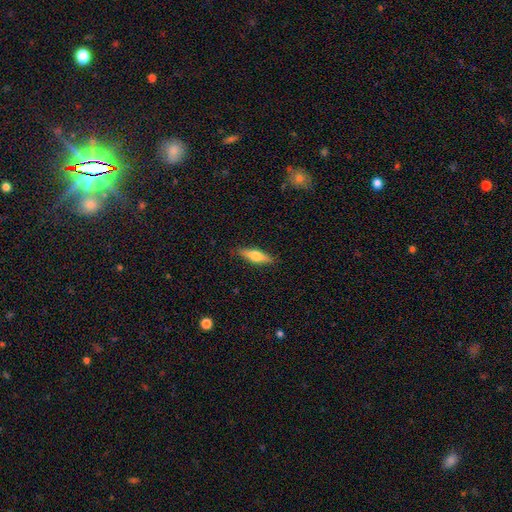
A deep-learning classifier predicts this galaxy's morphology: The model was most divided on "smooth or featured": smooth: 53%, featured or disk: 41%, star or artifact: 6%. More confident: merging — none (87%); how rounded — cigar-shaped (57%).